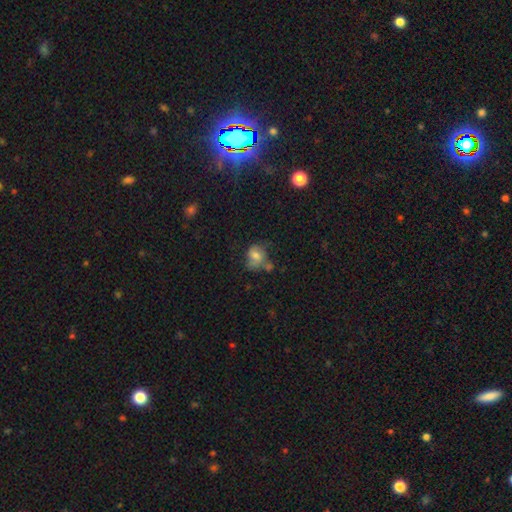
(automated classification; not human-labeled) This appears to be a smooth galaxy with no disk features (58%) that is in between round and cigar-shaped (51%). Merging: none (38%).